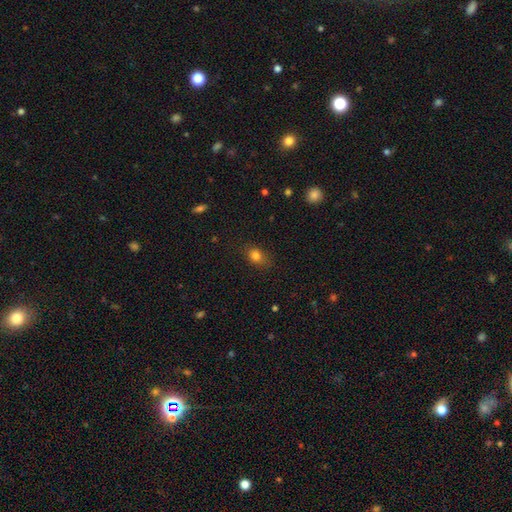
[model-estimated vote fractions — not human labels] smooth 81%, star or artifact 12%, featured or disk 7%. Down the decision tree: how rounded — in between (60%); merging — none (77%).